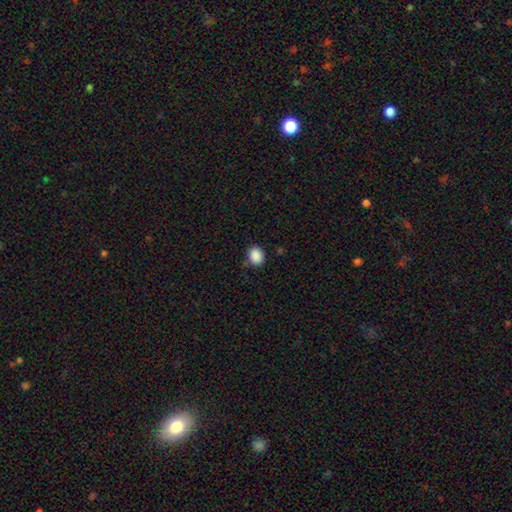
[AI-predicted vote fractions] The model was most divided on "how rounded": in between: 52%, round: 47%, cigar-shaped: 1%. More confident: smooth or featured — smooth (89%); merging — none (81%).